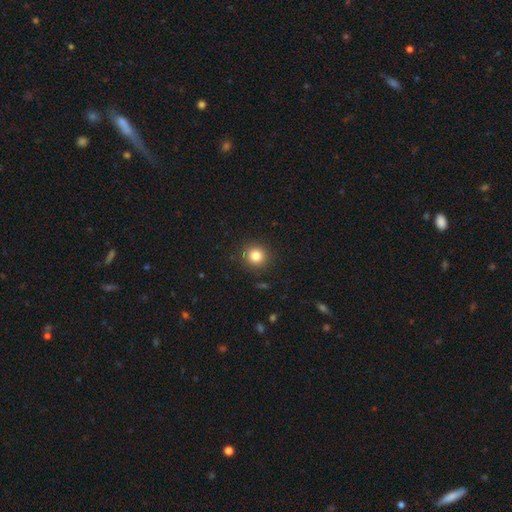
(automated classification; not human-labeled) This appears to be a smooth galaxy with no disk features (83%) that is round (92%). Merging: none (90%).